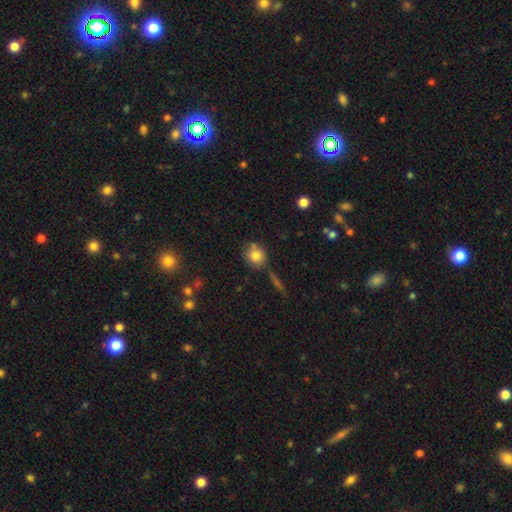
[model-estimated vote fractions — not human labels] The model was most divided on "merging": none: 64%, minor disturbance: 17%, merger: 13%, major disturbance: 5%. More confident: smooth or featured — smooth (79%); how rounded — round (77%).